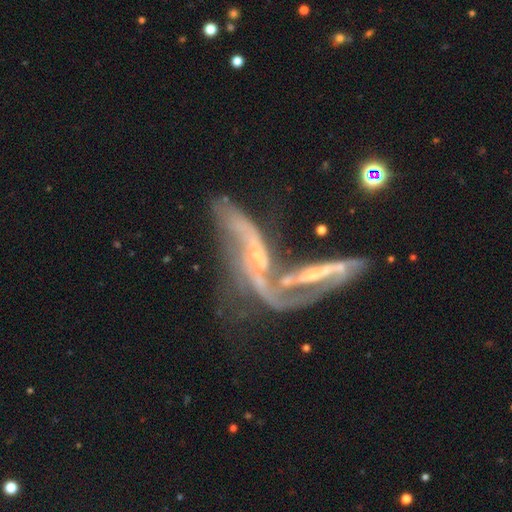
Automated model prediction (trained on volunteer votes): featured or disk 78%, smooth 13%, star or artifact 9%. Down the decision tree: edge-on disk — no (79%); bar — no (54%); spiral arms — yes (75%); bulge size — small (56%); merging — merger (66%).